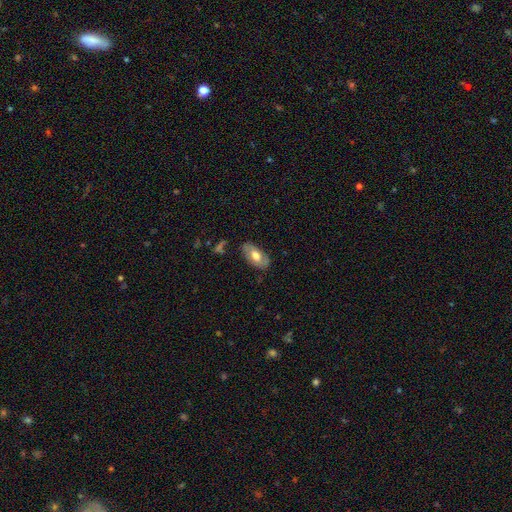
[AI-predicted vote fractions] A smooth galaxy with no disk features (51%) that is in between round and cigar-shaped (92%).

Vote fractions:
- Smooth or featured? smooth: 51% / featured or disk: 42% / star or artifact: 6%
- How rounded? in between: 92% / round: 4% / cigar-shaped: 3%
- Merging? none: 74% / minor disturbance: 19% / major disturbance: 5% / merger: 2%